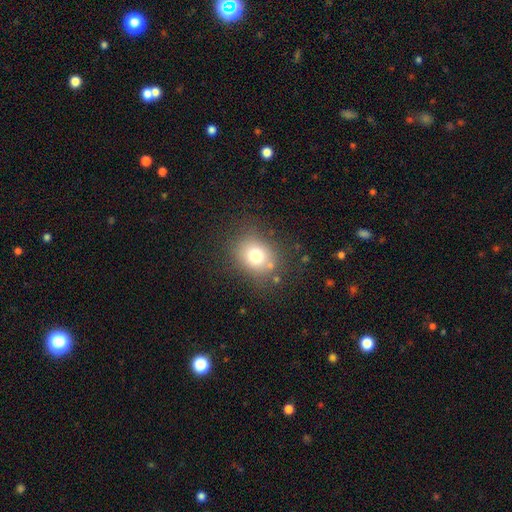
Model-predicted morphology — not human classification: smooth_or_featured: smooth (p=0.74) [alt: star or artifact p=0.14]
how_rounded: round (p=0.59) [alt: in between p=0.40]
merging: none (p=0.76) [alt: minor disturbance p=0.13]